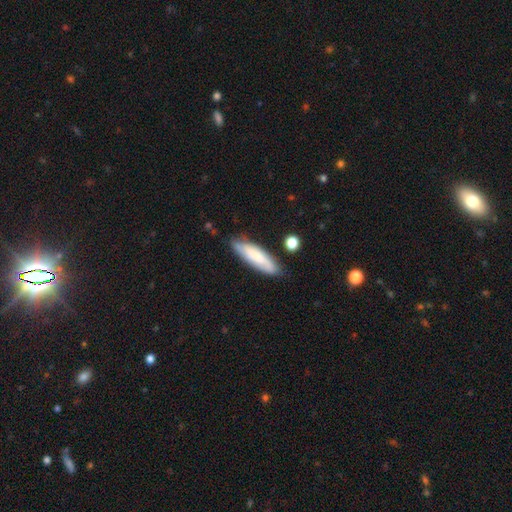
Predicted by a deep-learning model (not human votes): Smooth or featured? Predicted: smooth (p=0.69). How rounded? Predicted: cigar-shaped (p=0.62). Merging? Predicted: none (p=0.78).